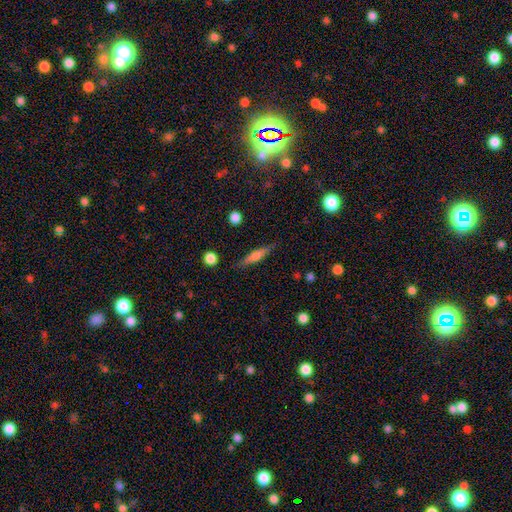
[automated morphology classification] This is possibly a smooth galaxy (53%). How rounded: clearly cigar-shaped (83%). Merging: clearly none (84%).